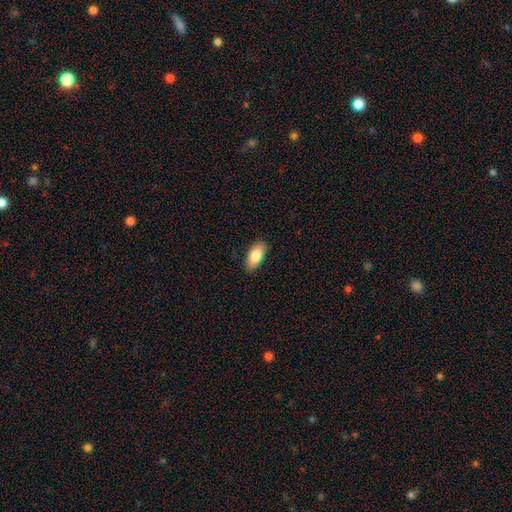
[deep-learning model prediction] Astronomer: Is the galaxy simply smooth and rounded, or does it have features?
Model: smooth — 84%.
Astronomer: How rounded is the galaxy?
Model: in between — 91%.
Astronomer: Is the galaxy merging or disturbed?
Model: none — 88%.